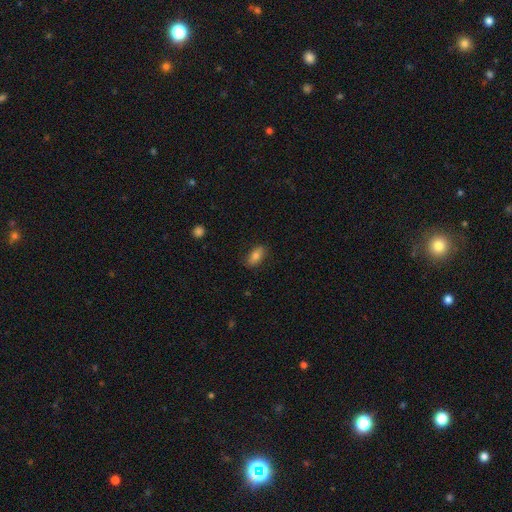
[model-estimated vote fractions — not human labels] A smooth galaxy with no disk features (79%) that is in between round and cigar-shaped (88%).

Vote fractions:
- Smooth or featured? smooth: 79% / featured or disk: 13% / star or artifact: 8%
- How rounded? in between: 88% / cigar-shaped: 7% / round: 5%
- Merging? none: 85% / minor disturbance: 11% / major disturbance: 2% / merger: 1%